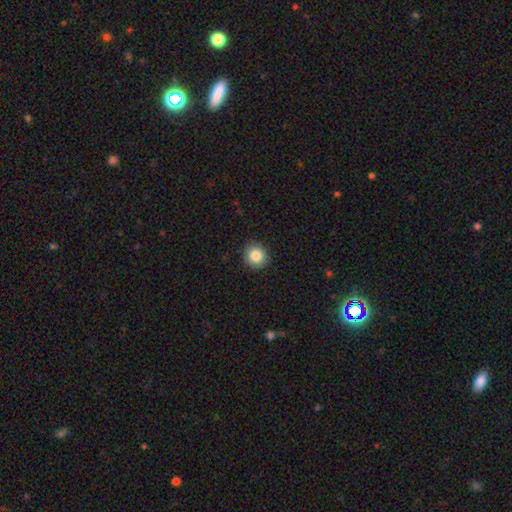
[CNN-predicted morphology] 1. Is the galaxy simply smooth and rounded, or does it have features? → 86% smooth, 9% star or artifact, 5% featured or disk.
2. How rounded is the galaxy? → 88% round, 11% in between, 1% cigar-shaped.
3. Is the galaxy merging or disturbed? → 89% none, 8% minor disturbance, 2% major disturbance, 1% merger.